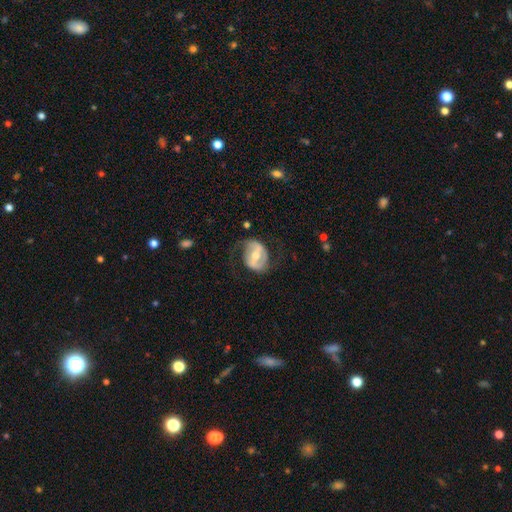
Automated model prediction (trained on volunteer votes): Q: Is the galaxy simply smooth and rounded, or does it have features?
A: featured or disk — 74%.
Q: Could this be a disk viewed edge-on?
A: no — 96%.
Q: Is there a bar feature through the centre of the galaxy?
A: strong — 50%.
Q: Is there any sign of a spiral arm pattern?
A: yes — 76%.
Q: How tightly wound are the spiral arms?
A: medium — 43%.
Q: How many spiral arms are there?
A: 2 — 81%.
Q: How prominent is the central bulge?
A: moderate — 68%.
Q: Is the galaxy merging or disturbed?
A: none — 62%.